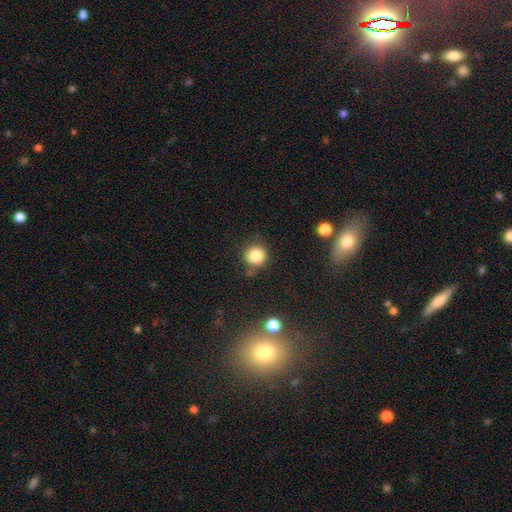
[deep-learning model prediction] smooth_or_featured: smooth (p=0.84) [alt: star or artifact p=0.11]
how_rounded: round (p=0.92) [alt: in between p=0.07]
merging: none (p=0.82) [alt: minor disturbance p=0.11]